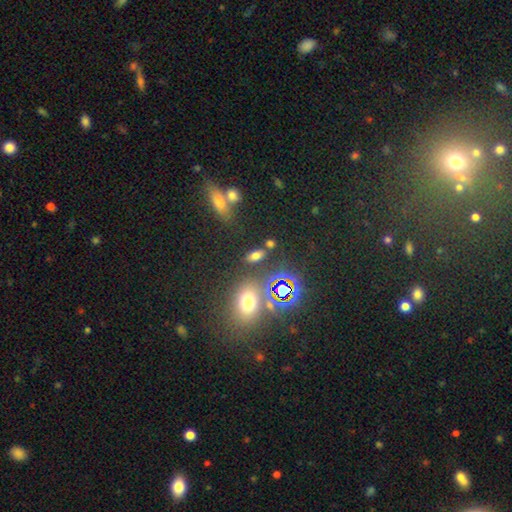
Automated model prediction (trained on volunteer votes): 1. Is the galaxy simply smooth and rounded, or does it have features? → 63% smooth, 26% star or artifact, 11% featured or disk.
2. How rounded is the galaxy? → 77% in between, 13% cigar-shaped, 10% round.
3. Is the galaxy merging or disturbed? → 78% none, 10% minor disturbance, 8% merger, 4% major disturbance.